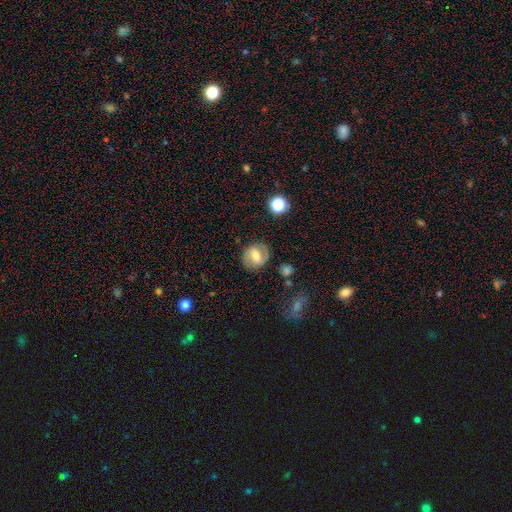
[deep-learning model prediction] smooth-or-featured: featured or disk: 56% | smooth: 36% | star or artifact: 8%
  disk-edge-on: no: 97% | yes: 3%
    bar: weak: 46% | strong: 29% | no: 25%
    has-spiral-arms: yes: 77% | no: 23%
    bulge-size: moderate: 66% | small: 21% | large: 10% | none: 2% | dominant: 1%
  merging: none: 82% | minor disturbance: 12% | major disturbance: 4% | merger: 2%